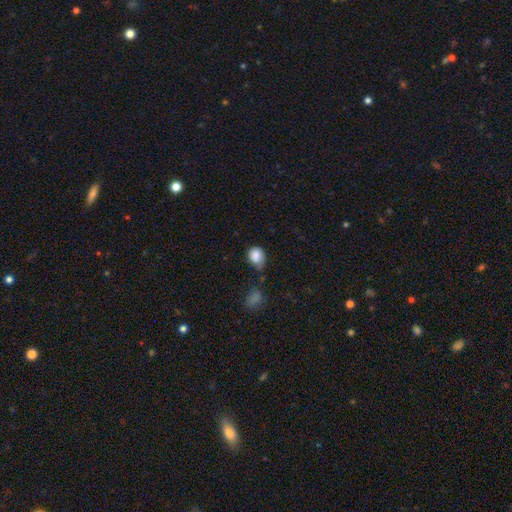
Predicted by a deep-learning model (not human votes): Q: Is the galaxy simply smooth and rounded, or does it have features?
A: smooth — 84%.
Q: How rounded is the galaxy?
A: round — 52%.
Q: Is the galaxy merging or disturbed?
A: none — 41%.